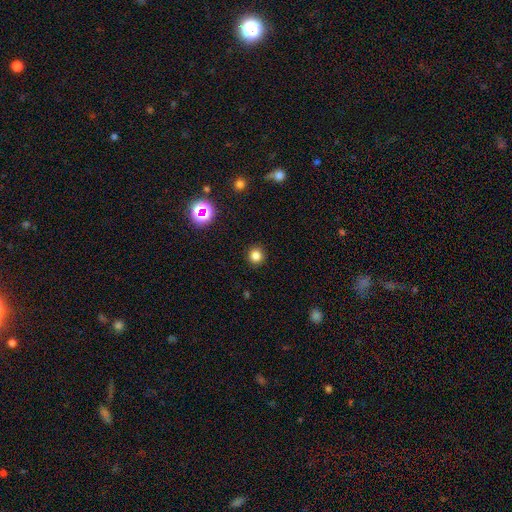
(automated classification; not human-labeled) This appears to be a smooth galaxy with no disk features (81%) that is round (93%). Merging: none (92%).